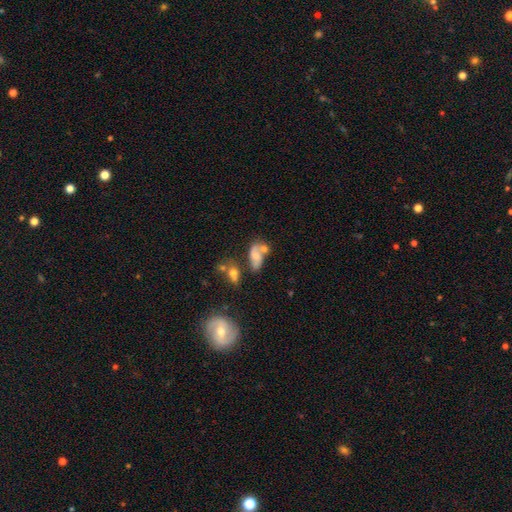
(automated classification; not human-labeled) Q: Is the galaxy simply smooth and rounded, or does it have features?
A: smooth — 46%.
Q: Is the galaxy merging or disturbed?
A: merger — 41%.